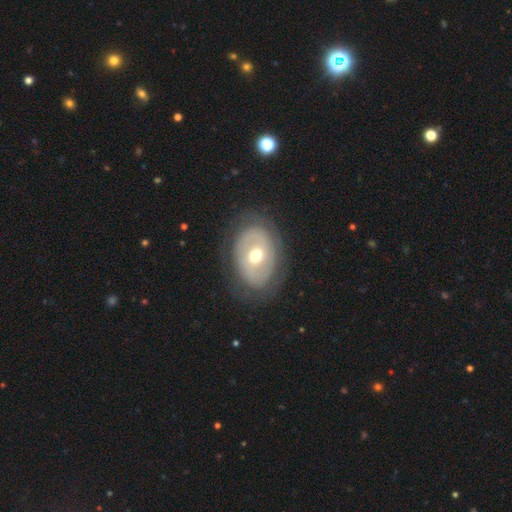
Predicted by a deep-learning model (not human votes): The model was most divided on "smooth or featured": featured or disk: 59%, smooth: 34%, star or artifact: 7%. More confident: edge-on disk — no (93%); merging — none (76%); bulge size — moderate (72%); spiral arms — no (64%); bar — no (64%).